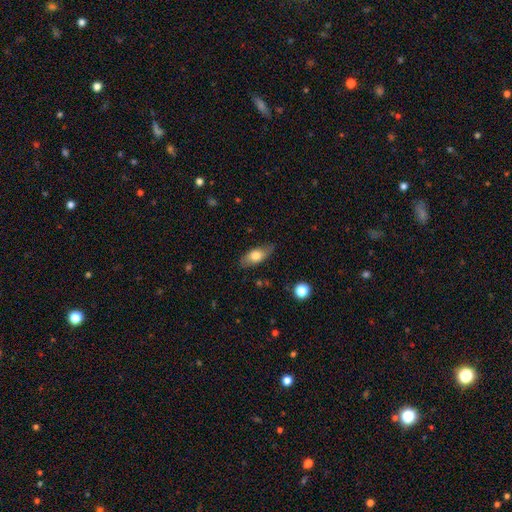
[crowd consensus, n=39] smooth 67%, featured or disk 28%, star or artifact 5%. Down the decision tree: how rounded — in between (100%); merging — none (92%).